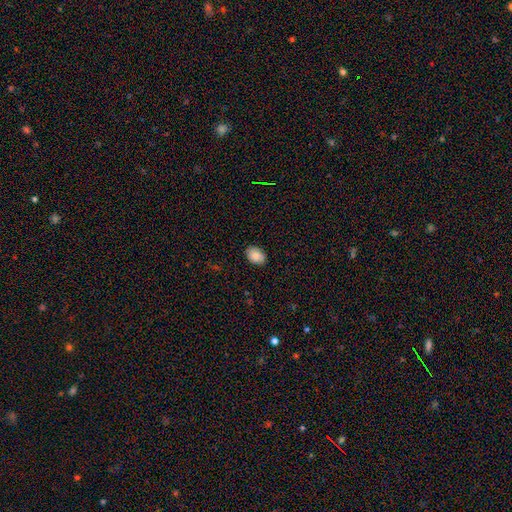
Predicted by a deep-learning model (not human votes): Smooth or featured?
  - smooth: 88% *
  - star or artifact: 7%
  - featured or disk: 5%
How rounded?
  - in between: 81% *
  - round: 18%
  - cigar-shaped: 1%
Merging?
  - none: 88% *
  - minor disturbance: 10%
  - major disturbance: 2%
  - merger: 1%